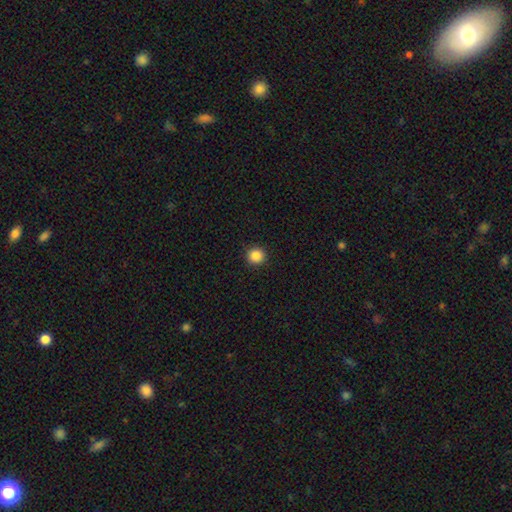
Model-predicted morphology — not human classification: The model was most divided on "smooth or featured": smooth: 86%, star or artifact: 10%, featured or disk: 3%. More confident: how rounded — round (95%); merging — none (92%).